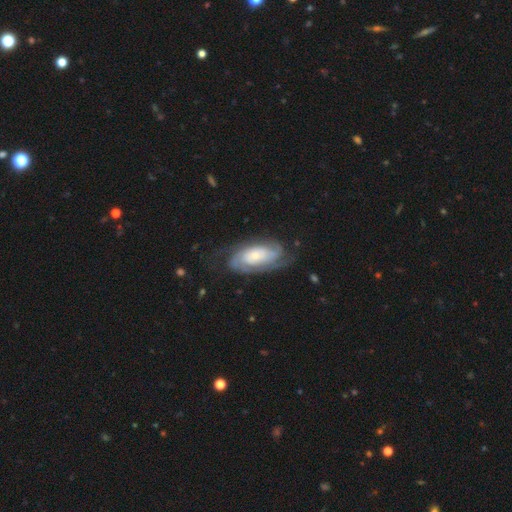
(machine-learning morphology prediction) Smooth or featured? Predicted: featured or disk (p=0.81). Edge-on disk? Predicted: no (p=0.94). Bar? Predicted: no (p=0.73). Spiral arms? Predicted: yes (p=0.95). Spiral winding? Predicted: tight (p=0.64). Spiral arm count? Predicted: 2 (p=0.45). Bulge size? Predicted: small (p=0.51). Merging? Predicted: none (p=0.69).